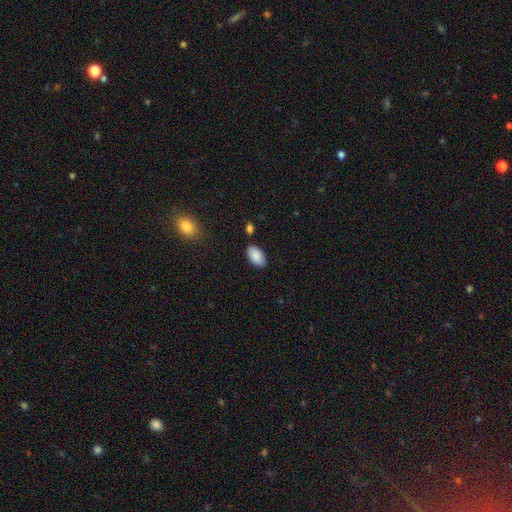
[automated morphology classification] smooth 89%, star or artifact 7%, featured or disk 5%. Down the decision tree: how rounded — in between (95%); merging — none (84%).